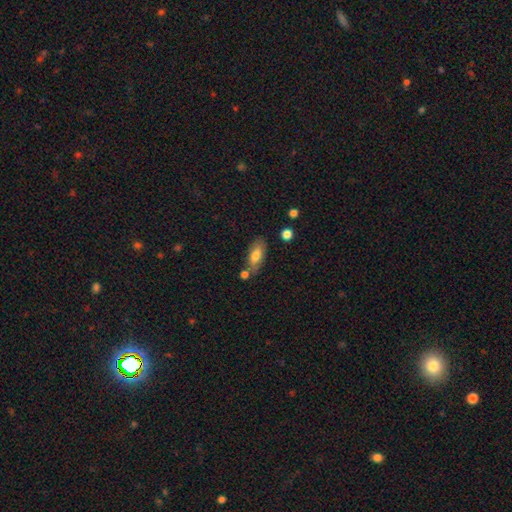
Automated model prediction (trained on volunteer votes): Smooth or featured?
  - smooth: 73% *
  - featured or disk: 20%
  - star or artifact: 7%
How rounded?
  - in between: 81% *
  - cigar-shaped: 16%
  - round: 3%
Merging?
  - none: 70% *
  - minor disturbance: 16%
  - merger: 11%
  - major disturbance: 4%